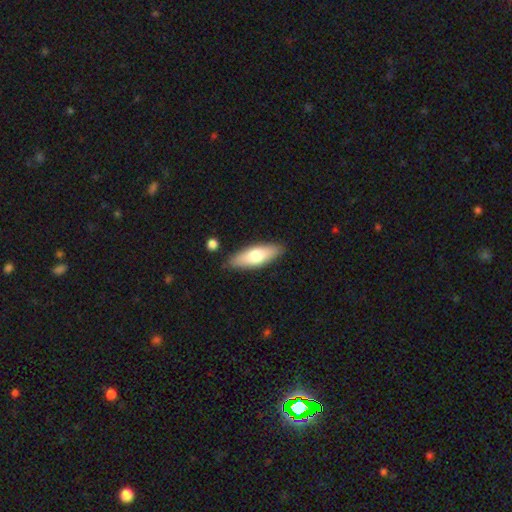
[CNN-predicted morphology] smooth_or_featured: smooth (p=0.68) [alt: featured or disk p=0.27]
how_rounded: in between (p=0.58) [alt: cigar-shaped p=0.39]
merging: none (p=0.85) [alt: minor disturbance p=0.10]